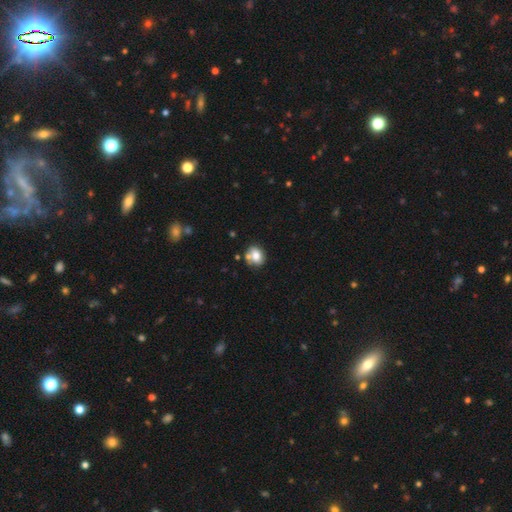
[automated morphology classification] Smooth or featured? Predicted: smooth (p=0.75). How rounded? Predicted: round (p=0.56). Merging? Predicted: none (p=0.58).